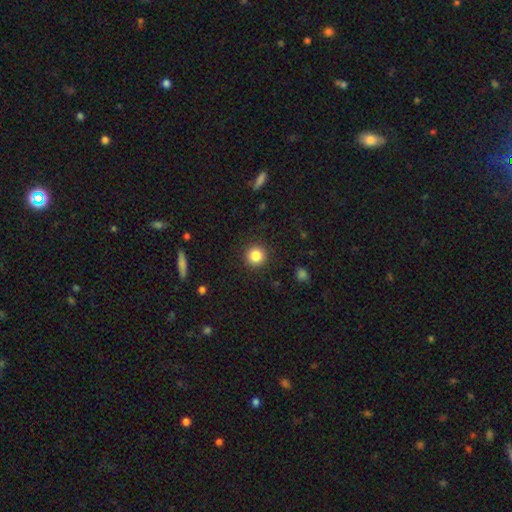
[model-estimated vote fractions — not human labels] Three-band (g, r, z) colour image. It shows a smooth galaxy with no disk features (85%) that is round (95%). Merging: none (91%).